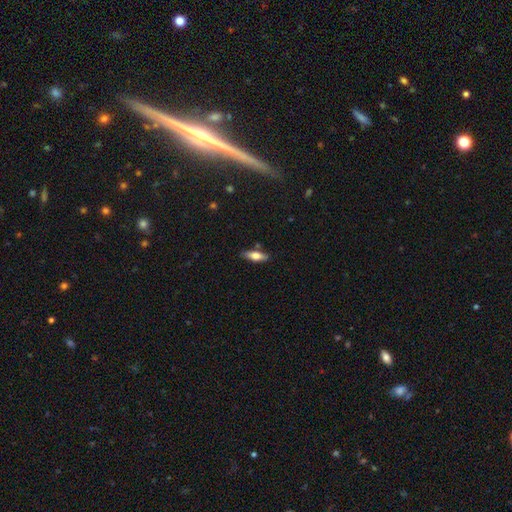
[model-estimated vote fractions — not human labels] Morphology: type=smooth (63%); roundness=in between (53%); merging=none (83%).